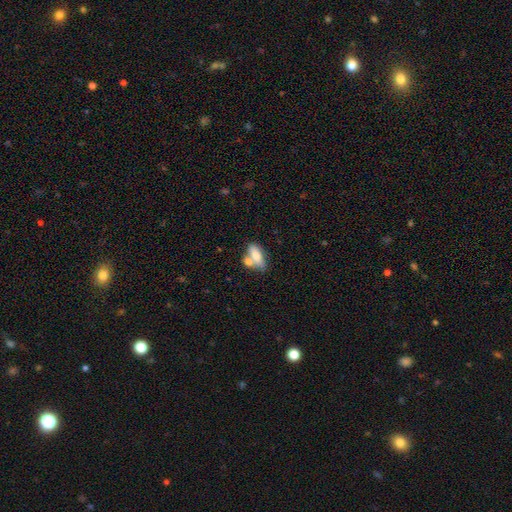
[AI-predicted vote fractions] smooth_or_featured: smooth (p=0.71) [alt: featured or disk p=0.22]
how_rounded: in between (p=0.79) [alt: cigar-shaped p=0.16]
merging: merger (p=0.44) [alt: none p=0.38]